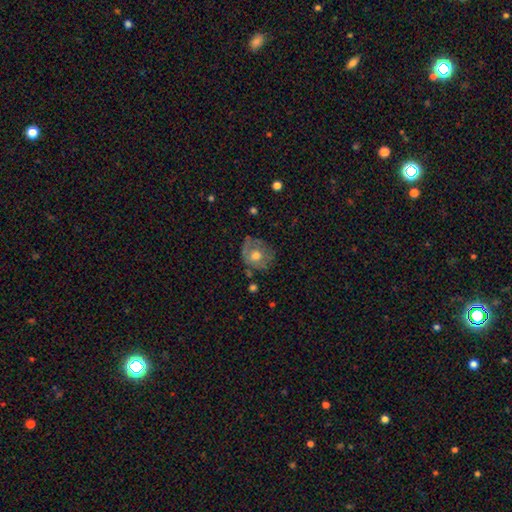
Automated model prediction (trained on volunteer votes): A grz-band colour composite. It shows a smooth galaxy with no disk features (50%) that is round (76%). Merging: none (60%).